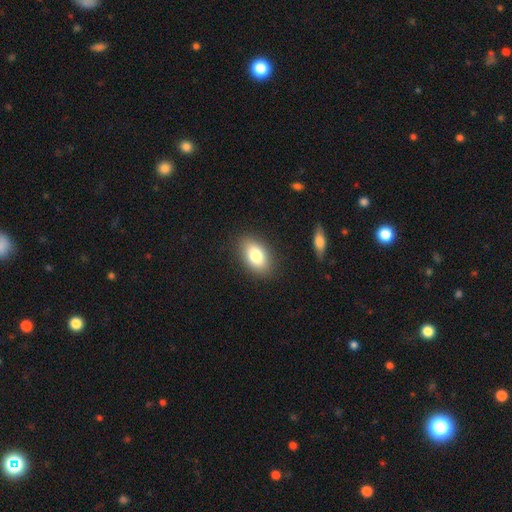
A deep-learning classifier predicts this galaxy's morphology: smooth_or_featured: smooth (p=0.80) [alt: featured or disk p=0.12]
how_rounded: in between (p=0.88) [alt: round p=0.10]
merging: none (p=0.87) [alt: minor disturbance p=0.09]